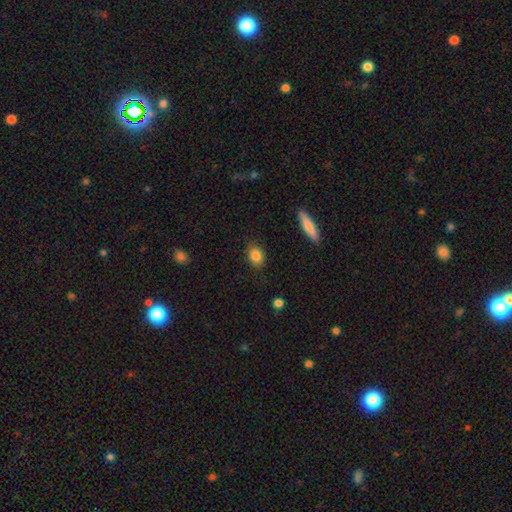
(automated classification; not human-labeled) smooth_or_featured: smooth (p=0.85) [alt: star or artifact p=0.08]
how_rounded: in between (p=0.66) [alt: round p=0.31]
merging: none (p=0.85) [alt: minor disturbance p=0.11]